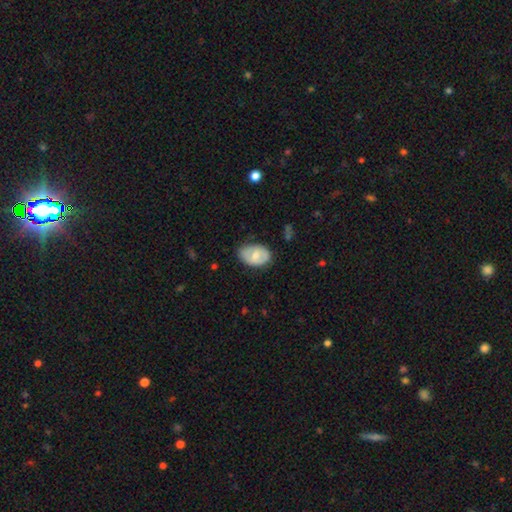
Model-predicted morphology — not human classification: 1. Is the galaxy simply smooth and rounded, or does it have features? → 61% smooth, 32% featured or disk, 6% star or artifact.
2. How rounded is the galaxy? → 86% in between, 13% round, 1% cigar-shaped.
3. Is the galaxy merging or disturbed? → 67% none, 25% minor disturbance, 6% major disturbance, 1% merger.